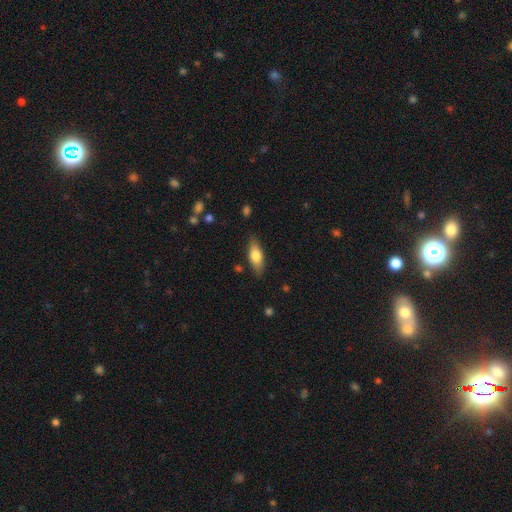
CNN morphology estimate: Overall: smooth (72%). How rounded: in between (71%). Merging: none (83%).